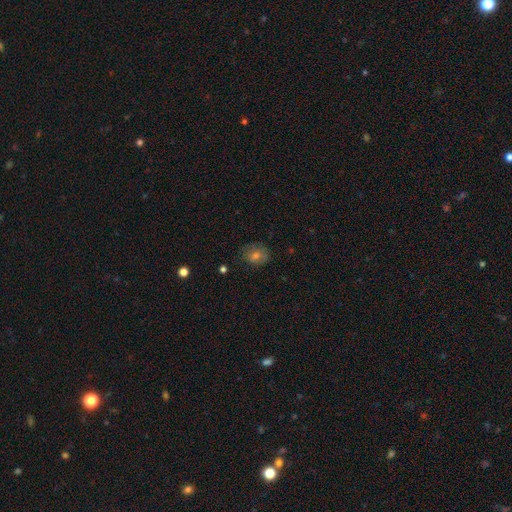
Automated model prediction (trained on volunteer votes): smooth-or-featured: smooth: 64% | featured or disk: 18% | star or artifact: 18%
  how-rounded: round: 59% | in between: 40% | cigar-shaped: 1%
  merging: none: 78% | minor disturbance: 16% | major disturbance: 4% | merger: 1%